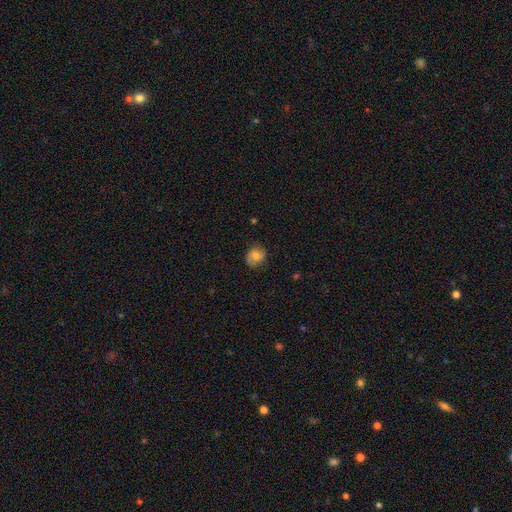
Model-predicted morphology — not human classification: This is likely a smooth galaxy (67%). How rounded: likely round (65%). Merging: likely none (79%).